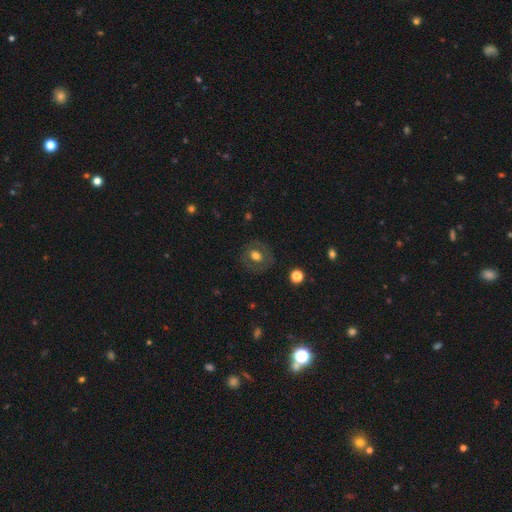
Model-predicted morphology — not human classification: A smooth galaxy with no disk features (55%) that is round (69%).

Vote fractions:
- Smooth or featured? smooth: 55% / featured or disk: 36% / star or artifact: 9%
- How rounded? round: 69% / in between: 30% / cigar-shaped: 1%
- Merging? none: 81% / minor disturbance: 12% / major disturbance: 6% / merger: 1%